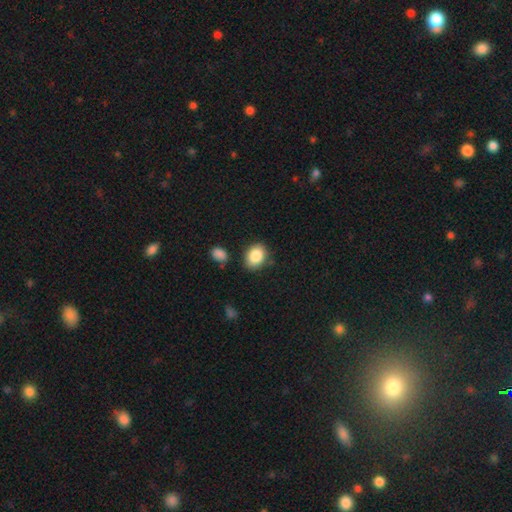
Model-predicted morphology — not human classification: smooth_or_featured: smooth (p=0.87) [alt: star or artifact p=0.08]
how_rounded: in between (p=0.63) [alt: round p=0.36]
merging: none (p=0.79) [alt: minor disturbance p=0.13]